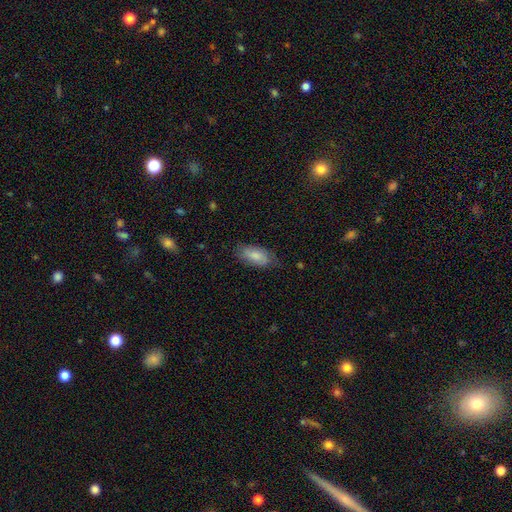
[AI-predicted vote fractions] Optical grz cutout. It shows a smooth galaxy with no disk features (79%) that is in between round and cigar-shaped (90%). Merging: none (70%).